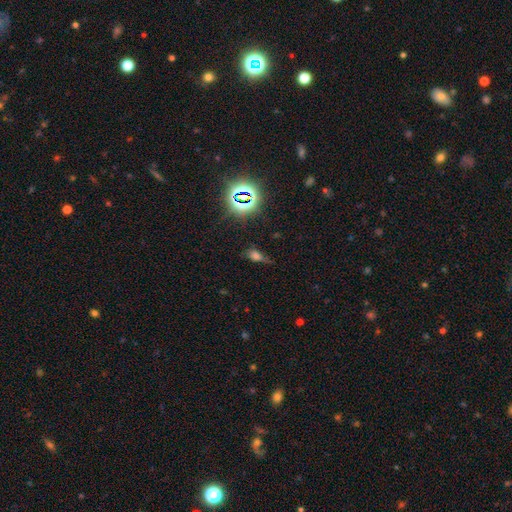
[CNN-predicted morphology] A smooth galaxy with no disk features (50%) that is in between round and cigar-shaped (69%). Merging: none (51%).